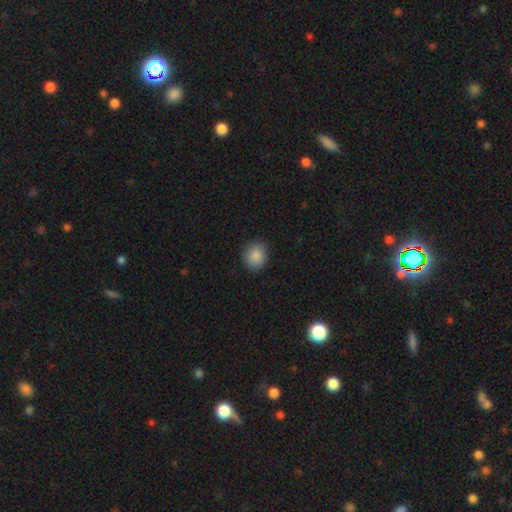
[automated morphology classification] Smooth or featured? smooth (88%)
How rounded? round (70%)
Merging? none (84%)